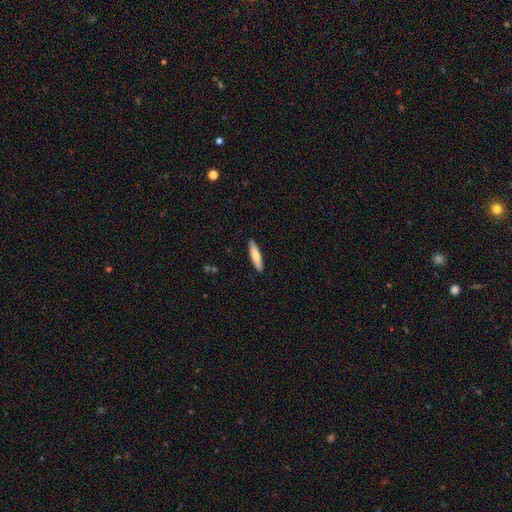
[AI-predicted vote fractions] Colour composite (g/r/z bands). It shows a smooth galaxy with no disk features (73%) that is cigar-shaped (77%). Merging: none (90%).